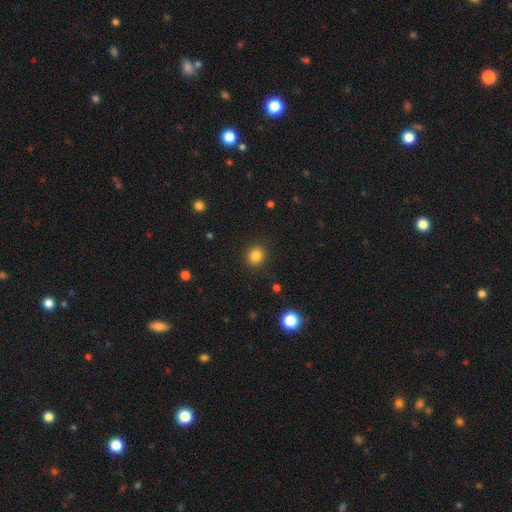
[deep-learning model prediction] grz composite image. It shows a smooth galaxy with no disk features (84%) that is round (86%). Merging: none (90%).